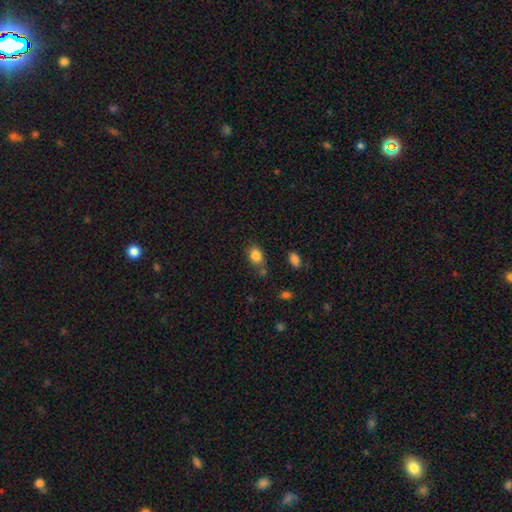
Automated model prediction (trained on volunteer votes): Q: Smooth or featured?
A: smooth (84%); runner-up: star or artifact (10%)
Q: How rounded?
A: in between (63%); runner-up: round (36%)
Q: Merging?
A: none (64%); runner-up: minor disturbance (20%)